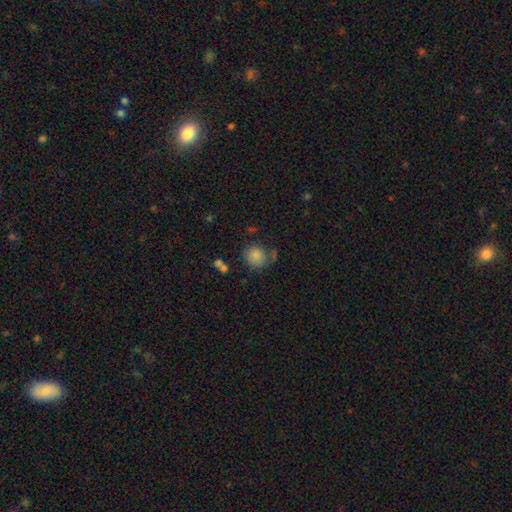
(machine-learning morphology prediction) The model was most divided on "merging": none: 65%, minor disturbance: 18%, merger: 10%, major disturbance: 7%. More confident: smooth or featured — smooth (83%); how rounded — round (83%).